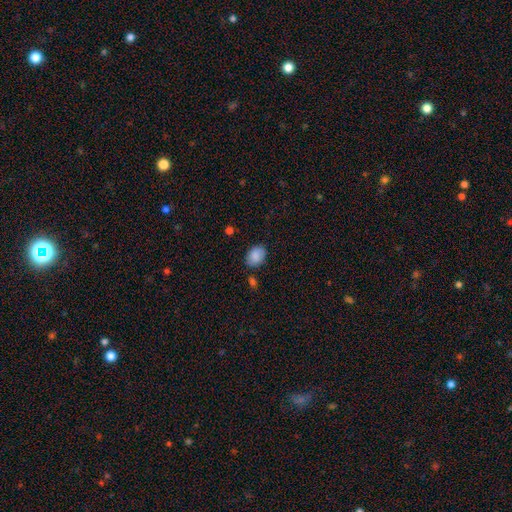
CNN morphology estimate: Q: Smooth or featured?
A: smooth (86%); runner-up: star or artifact (7%)
Q: How rounded?
A: in between (67%); runner-up: round (32%)
Q: Merging?
A: none (78%); runner-up: minor disturbance (15%)